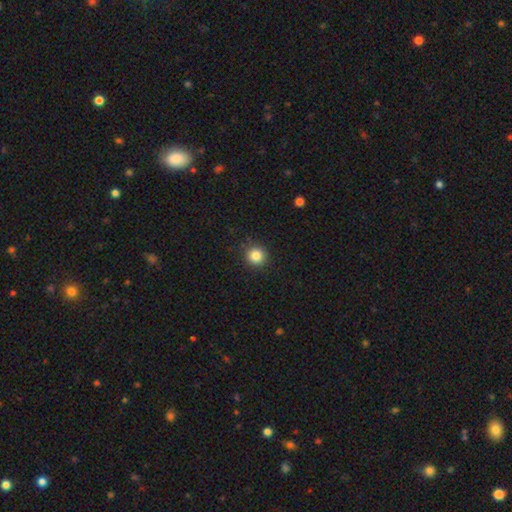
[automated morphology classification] type=smooth (85%); roundness=round (94%); merging=none (90%).